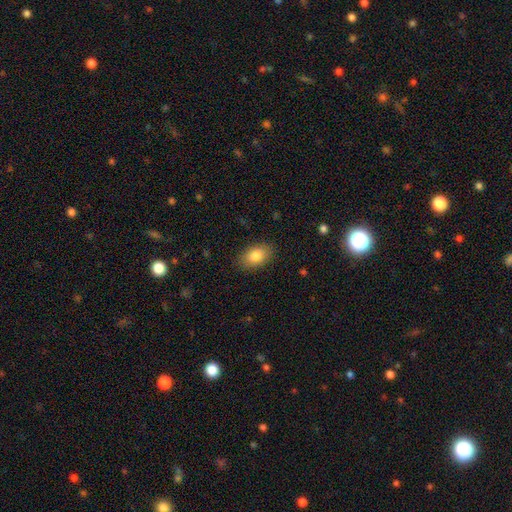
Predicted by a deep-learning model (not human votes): Smooth or featured? smooth (84%)
How rounded? in between (89%)
Merging? none (86%)